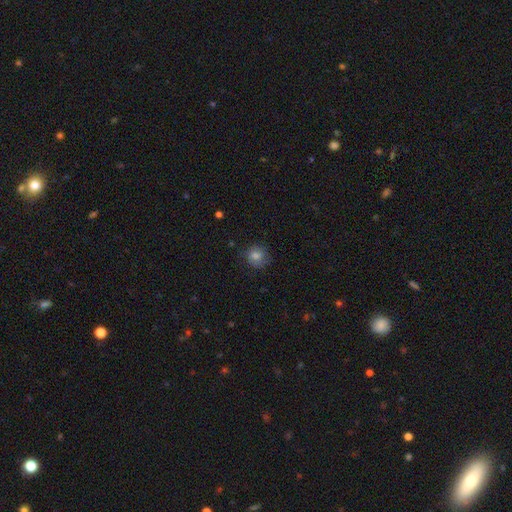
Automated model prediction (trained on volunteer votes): Smooth or featured? Predicted: smooth (p=0.73). How rounded? Predicted: round (p=0.87). Merging? Predicted: none (p=0.75).